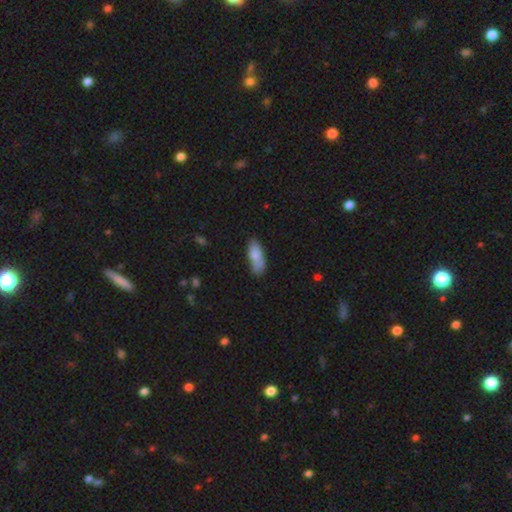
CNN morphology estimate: type=smooth (79%); roundness=in between (76%); merging=none (57%).